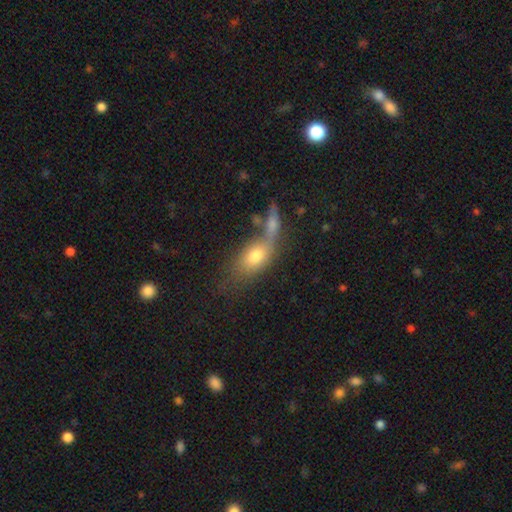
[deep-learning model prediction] Morphology: type=smooth (71%); roundness=in between (79%); merging=merger (43%).